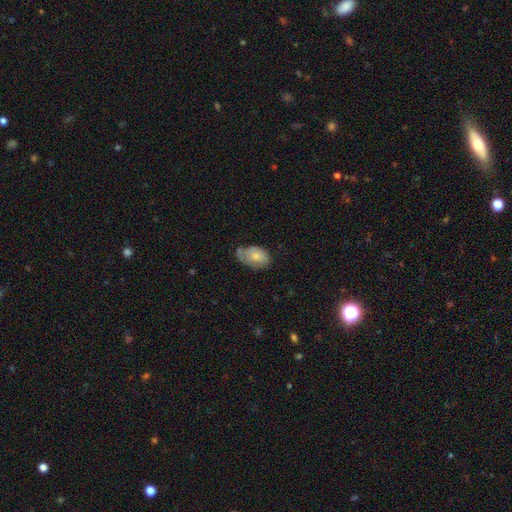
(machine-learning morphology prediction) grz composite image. It shows a smooth galaxy with no disk features (69%) that is in between round and cigar-shaped (91%). Merging: none (44%).